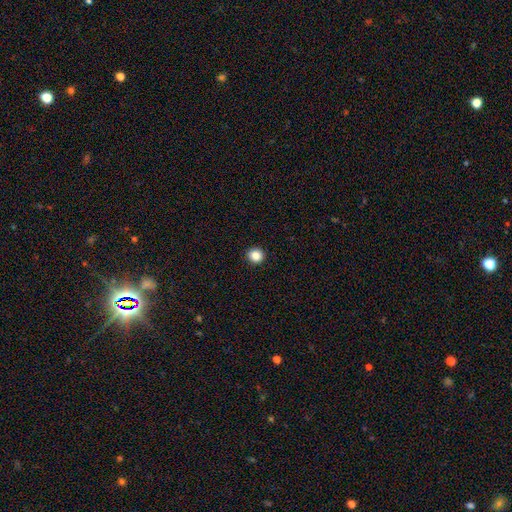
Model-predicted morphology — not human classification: smooth_or_featured: smooth (p=0.86) [alt: star or artifact p=0.10]
how_rounded: round (p=0.90) [alt: in between p=0.09]
merging: none (p=0.93) [alt: minor disturbance p=0.04]